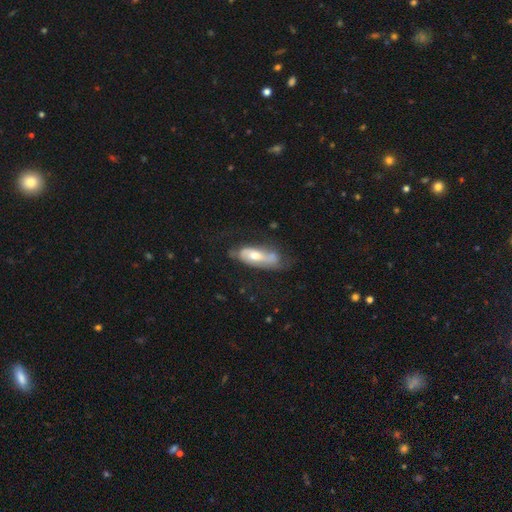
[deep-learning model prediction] smooth_or_featured: featured or disk (p=0.62) [alt: smooth p=0.32]
disk_edge_on: no (p=0.78) [alt: yes p=0.22]
merging: none (p=0.56) [alt: minor disturbance p=0.26]